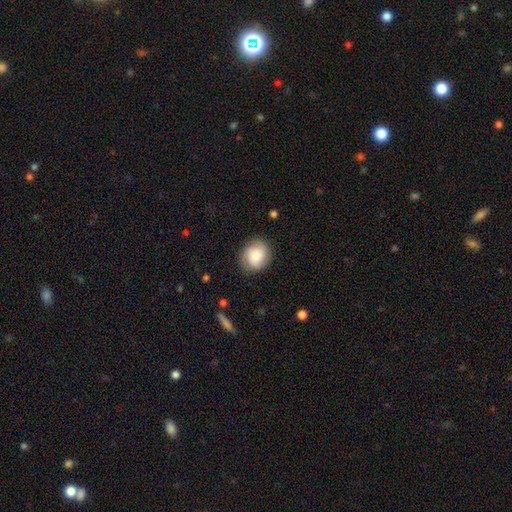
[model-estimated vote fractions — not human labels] This appears to be a smooth galaxy with no disk features (76%) that is round (83%). Merging: none (84%).